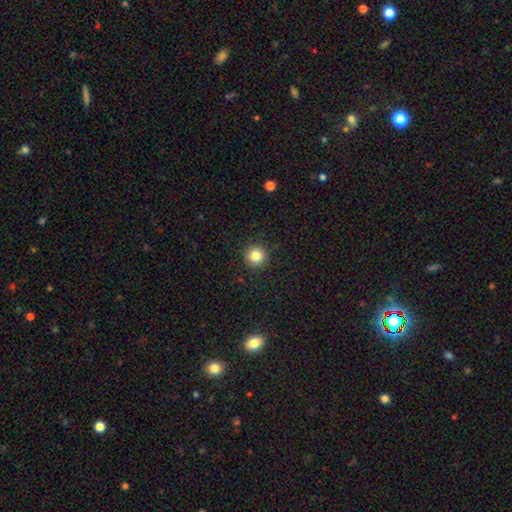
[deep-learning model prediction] smooth_or_featured: smooth (p=0.83) [alt: star or artifact p=0.11]
how_rounded: round (p=0.95) [alt: in between p=0.04]
merging: none (p=0.92) [alt: minor disturbance p=0.05]